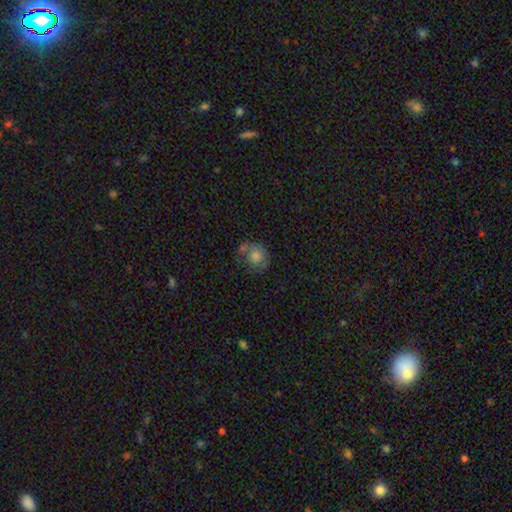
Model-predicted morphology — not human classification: A smooth galaxy with no disk features (67%) that is round (79%).

Vote fractions:
- Smooth or featured? smooth: 67% / featured or disk: 22% / star or artifact: 11%
- How rounded? round: 79% / in between: 20% / cigar-shaped: 1%
- Merging? none: 48% / minor disturbance: 21% / merger: 20% / major disturbance: 11%